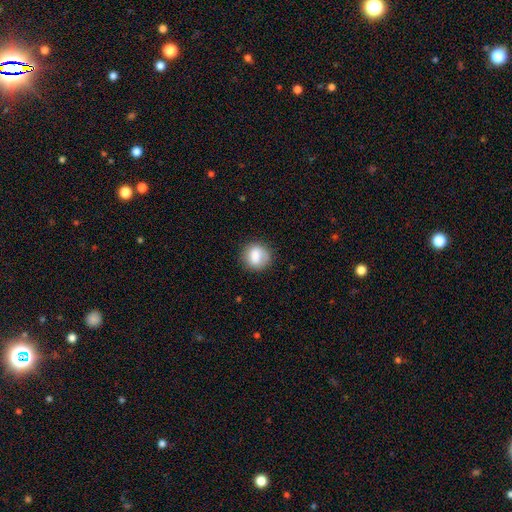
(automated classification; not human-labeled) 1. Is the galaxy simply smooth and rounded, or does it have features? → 80% smooth, 13% featured or disk, 8% star or artifact.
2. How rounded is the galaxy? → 84% round, 15% in between, 1% cigar-shaped.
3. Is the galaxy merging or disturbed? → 76% none, 16% minor disturbance, 6% major disturbance, 2% merger.